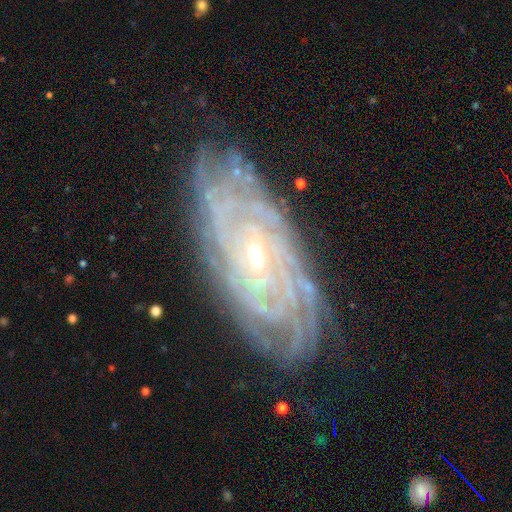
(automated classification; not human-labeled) Overall: featured or disk (89%). Edge-on disk: no (93%). Bar: no (45%; weak 37%). Spiral arms: yes (97%). Spiral arm count: can't tell (32%; more than 4 23%). Spiral winding: tight (85%). Bulge size: small (68%; moderate 29%). Merging: none (79%).